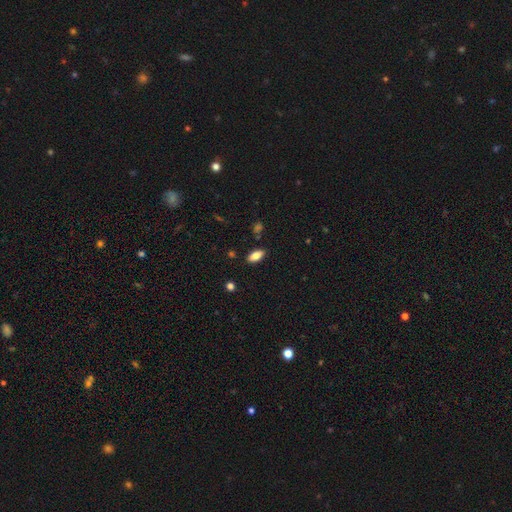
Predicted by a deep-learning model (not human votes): Smooth or featured? smooth (82%)
How rounded? in between (88%)
Merging? none (86%)